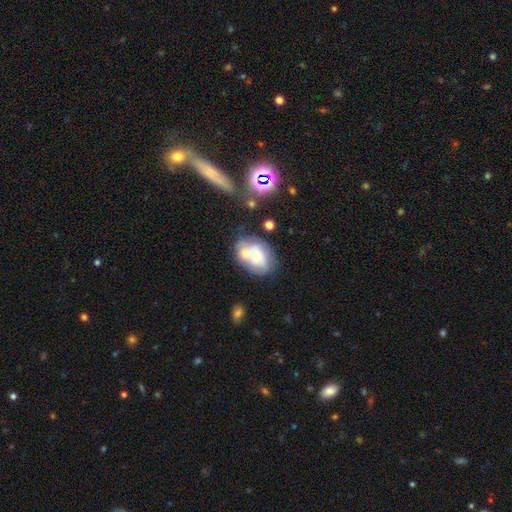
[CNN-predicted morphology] type=smooth (58%); roundness=in between (76%); merging=merger (45%).